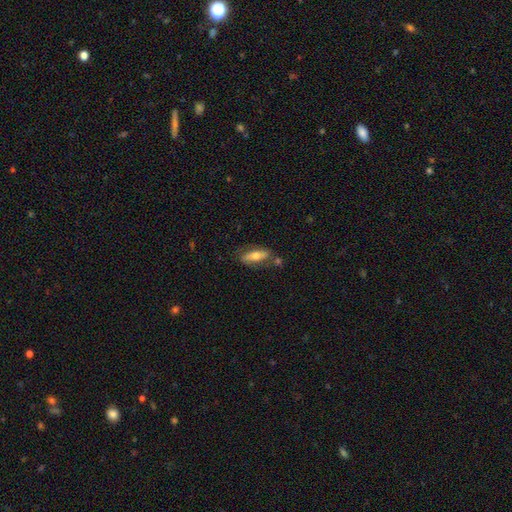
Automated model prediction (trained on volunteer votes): The model was most divided on "smooth or featured": smooth: 56%, featured or disk: 37%, star or artifact: 6%. More confident: merging — none (63%); how rounded — in between (60%).